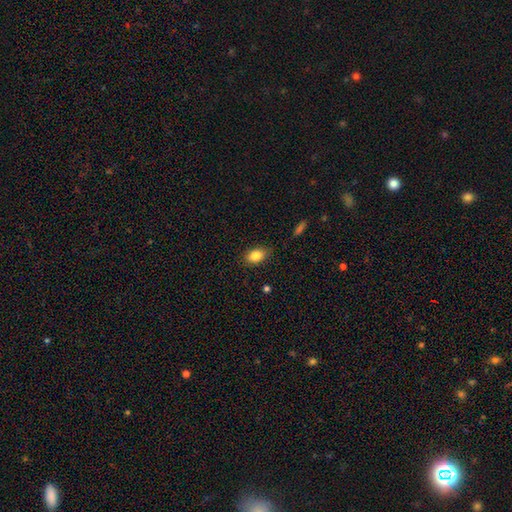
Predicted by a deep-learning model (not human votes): Q: Smooth or featured?
A: smooth (84%); runner-up: star or artifact (8%)
Q: How rounded?
A: in between (85%); runner-up: round (12%)
Q: Merging?
A: none (83%); runner-up: minor disturbance (13%)